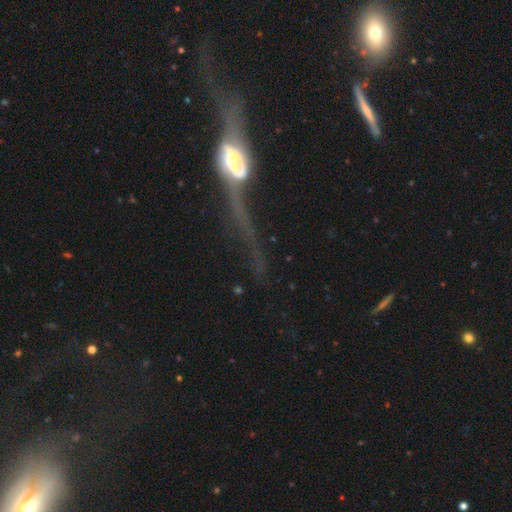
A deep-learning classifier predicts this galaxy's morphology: Q: Smooth or featured?
A: featured or disk (68%); runner-up: star or artifact (18%)
Q: Edge-on disk?
A: yes (61%); runner-up: no (39%)
Q: Merging?
A: none (38%); runner-up: major disturbance (33%)